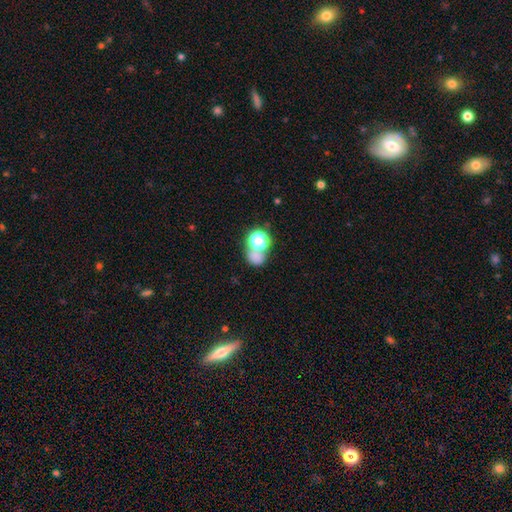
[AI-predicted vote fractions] Q: Smooth or featured?
A: smooth (64%); runner-up: star or artifact (26%)
Q: How rounded?
A: round (68%); runner-up: in between (31%)
Q: Merging?
A: none (47%); runner-up: merger (38%)